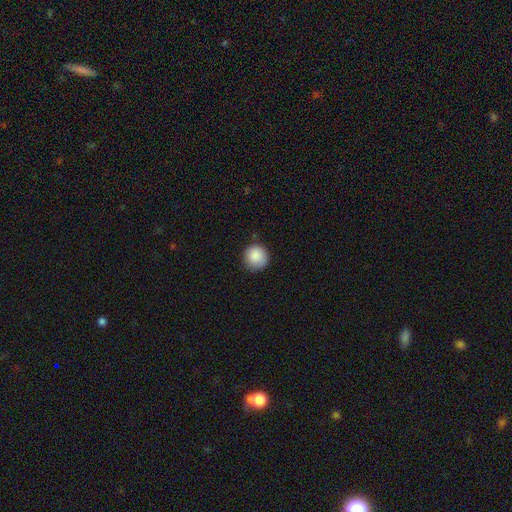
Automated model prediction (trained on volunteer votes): Q: Smooth or featured?
A: smooth (87%); runner-up: star or artifact (8%)
Q: How rounded?
A: round (94%); runner-up: in between (5%)
Q: Merging?
A: none (83%); runner-up: minor disturbance (13%)